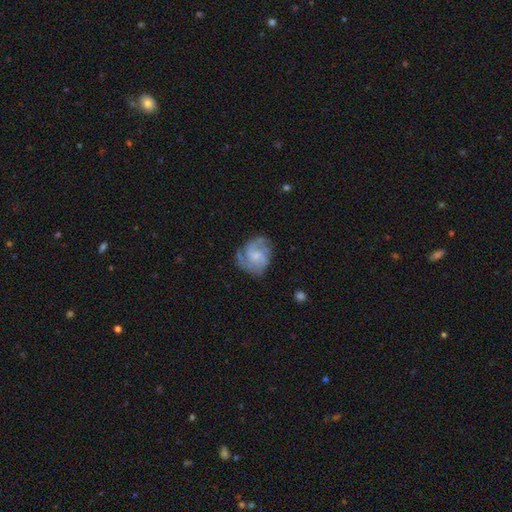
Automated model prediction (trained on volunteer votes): Q: Smooth or featured?
A: featured or disk (77%); runner-up: smooth (17%)
Q: Edge-on disk?
A: no (98%); runner-up: yes (2%)
Q: Bar?
A: no (65%); runner-up: weak (31%)
Q: Spiral arms?
A: yes (93%); runner-up: no (7%)
Q: Spiral winding?
A: medium (45%); runner-up: tight (42%)
Q: Spiral arm count?
A: 2 (32%); runner-up: 3 (31%)
Q: Bulge size?
A: small (55%); runner-up: moderate (28%)
Q: Merging?
A: none (68%); runner-up: minor disturbance (20%)